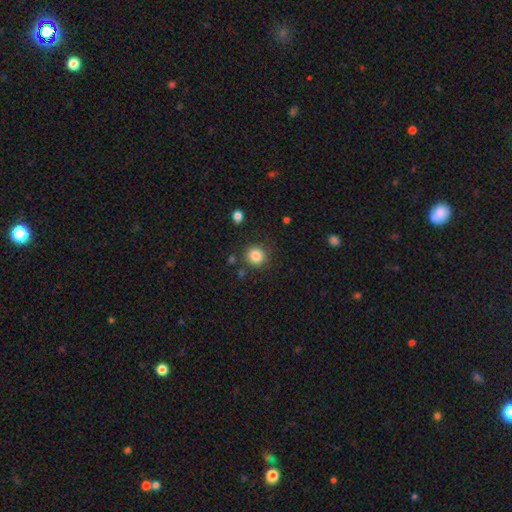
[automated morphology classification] This appears to be a smooth galaxy with no disk features (84%) that is round (87%). Merging: none (84%).